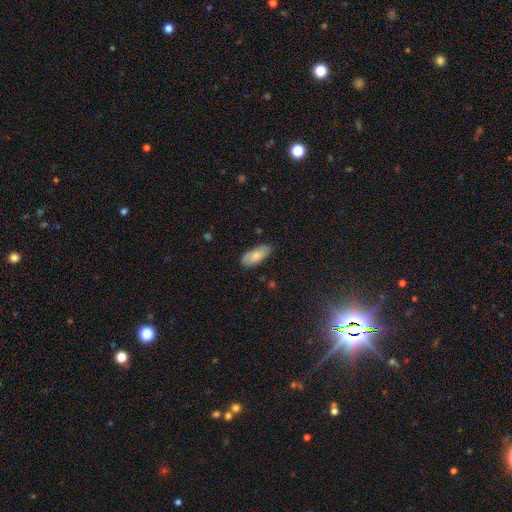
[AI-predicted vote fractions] smooth-or-featured: smooth: 75% | featured or disk: 18% | star or artifact: 6%
  how-rounded: in between: 87% | cigar-shaped: 11% | round: 2%
  merging: none: 79% | minor disturbance: 17% | major disturbance: 3% | merger: 1%